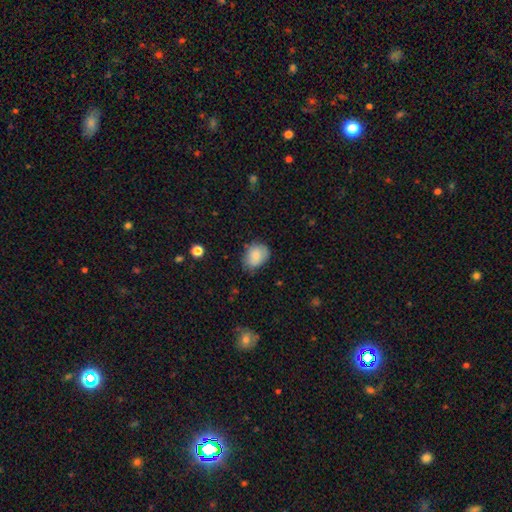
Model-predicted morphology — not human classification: Overall: smooth (84%). How rounded: in between (64%; round 35%). Merging: none (66%; minor disturbance 26%).